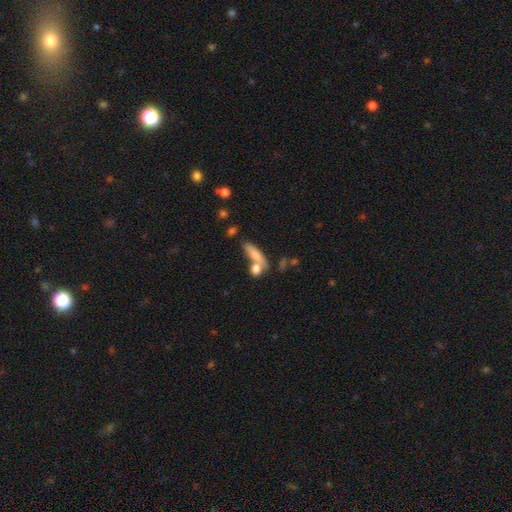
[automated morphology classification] The model was most divided on "merging": none: 51%, merger: 30%, minor disturbance: 13%, major disturbance: 6%. More confident: smooth or featured — smooth (73%); how rounded — cigar-shaped (57%).